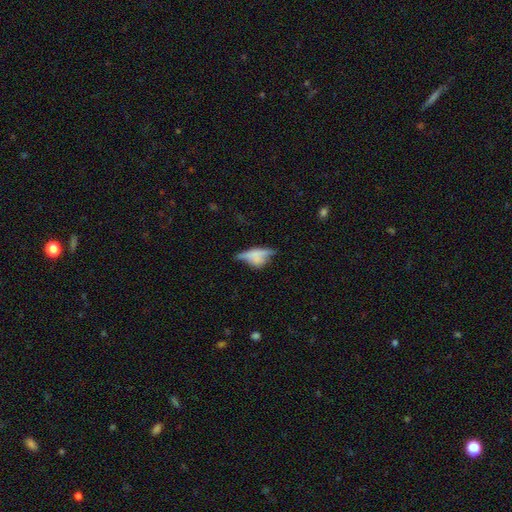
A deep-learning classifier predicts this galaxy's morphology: A smooth galaxy with no disk features (49%).

Vote fractions:
- Smooth or featured? smooth: 49% / featured or disk: 40% / star or artifact: 12%
- Merging? none: 44% / minor disturbance: 23% / merger: 18% / major disturbance: 15%